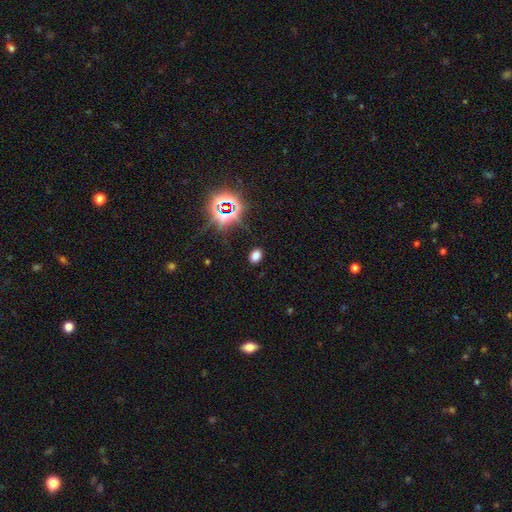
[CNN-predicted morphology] Smooth or featured: smooth — 66% (star or artifact — 28%)
How rounded: in between — 75% (round — 24%)
Merging: none — 87% (minor disturbance — 8%)